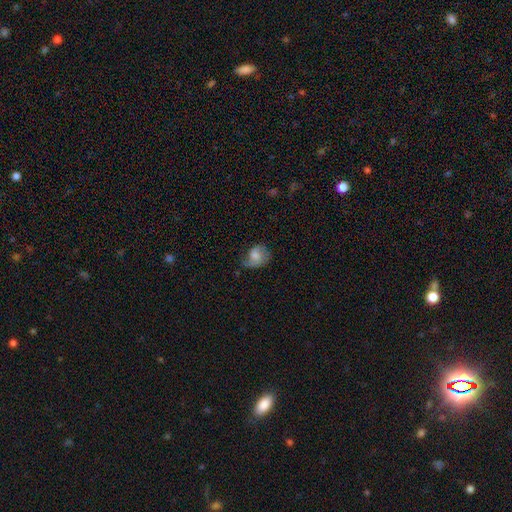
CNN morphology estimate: Smooth or featured: smooth — 56% (featured or disk — 36%)
How rounded: in between — 56% (round — 43%)
Merging: none — 43% (minor disturbance — 34%)